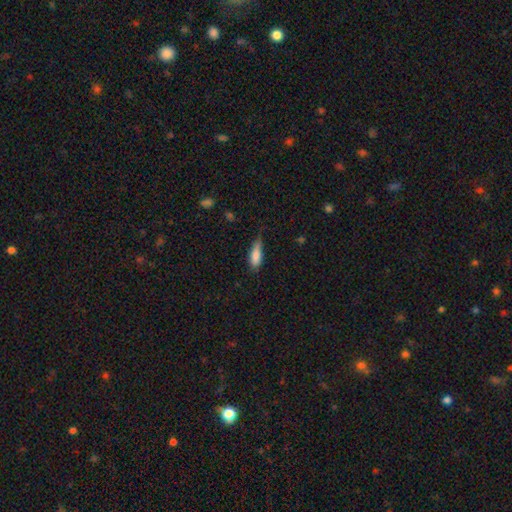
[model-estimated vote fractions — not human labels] This is clearly a smooth galaxy (82%). How rounded: likely in between (62%). Merging: possibly none (48%).